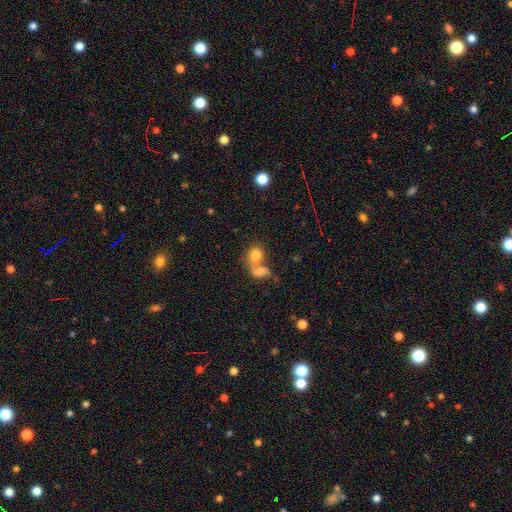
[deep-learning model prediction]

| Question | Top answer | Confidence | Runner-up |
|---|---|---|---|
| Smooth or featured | smooth | 72% | featured or disk (18%) |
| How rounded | round | 58% | in between (40%) |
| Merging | merger | 63% | none (24%) |